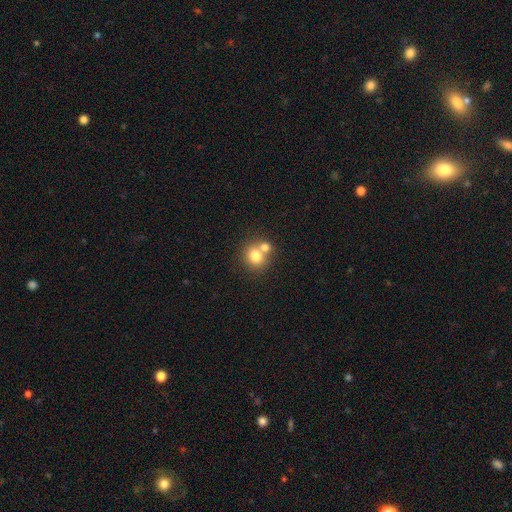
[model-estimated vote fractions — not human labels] Morphology: type=smooth (77%); roundness=round (78%); merging=none (45%, tied with merger).